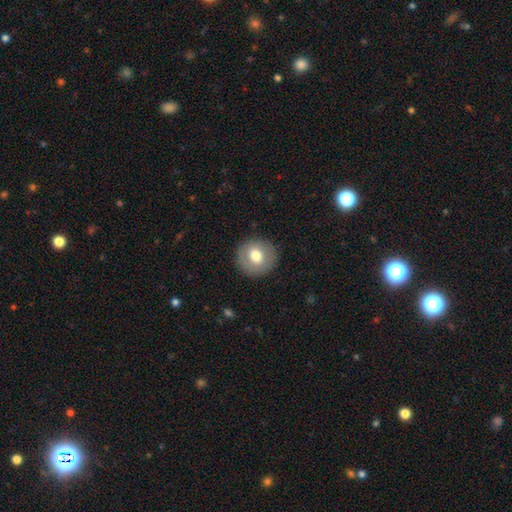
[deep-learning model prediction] A smooth galaxy with no disk features (72%) that is round (90%). Merging: none (90%).